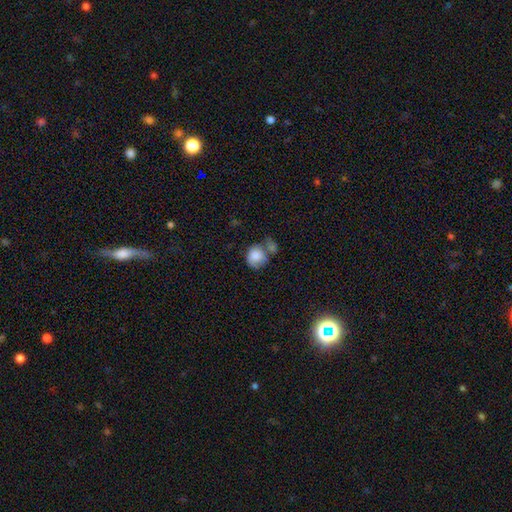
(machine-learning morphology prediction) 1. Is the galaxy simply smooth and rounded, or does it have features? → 80% smooth, 13% featured or disk, 7% star or artifact.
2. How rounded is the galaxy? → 70% round, 29% in between, 1% cigar-shaped.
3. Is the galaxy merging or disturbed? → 40% merger, 30% none, 19% minor disturbance, 12% major disturbance.